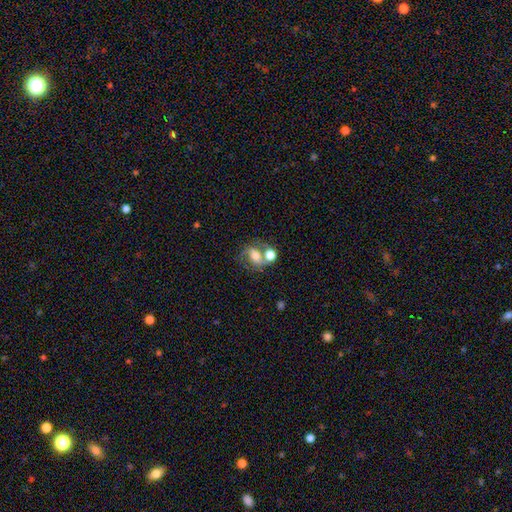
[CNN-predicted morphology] A featured or disk galaxy (46%).

Vote fractions:
- Smooth or featured? featured or disk: 46% / smooth: 43% / star or artifact: 11%
- Merging? merger: 43% / none: 35% / minor disturbance: 13% / major disturbance: 9%